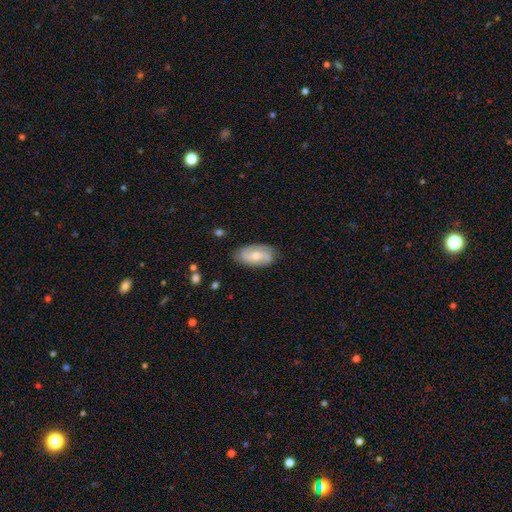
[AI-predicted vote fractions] Q: Smooth or featured?
A: featured or disk (62%); runner-up: smooth (32%)
Q: Edge-on disk?
A: no (94%); runner-up: yes (6%)
Q: Bar?
A: no (55%); runner-up: weak (37%)
Q: Spiral arms?
A: yes (91%); runner-up: no (9%)
Q: Spiral winding?
A: medium (44%); runner-up: loose (31%)
Q: Spiral arm count?
A: 2 (74%); runner-up: can't tell (12%)
Q: Bulge size?
A: moderate (48%); runner-up: small (44%)
Q: Merging?
A: none (80%); runner-up: minor disturbance (15%)